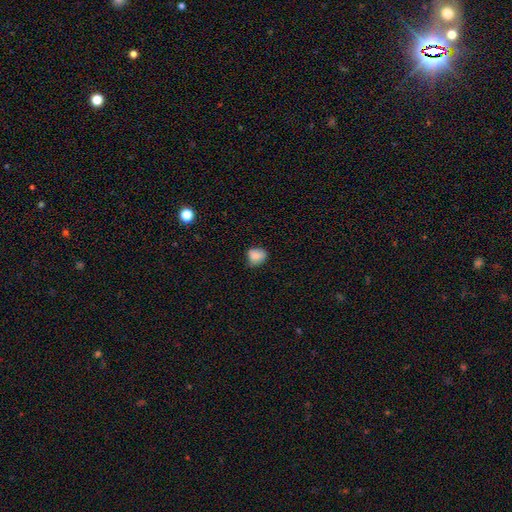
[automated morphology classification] A smooth galaxy with no disk features (82%) that is round (54%). Merging: none (58%).